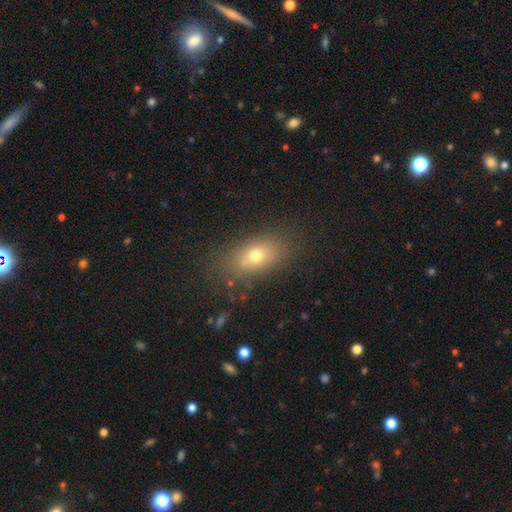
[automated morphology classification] smooth_or_featured: smooth (p=0.66) [alt: star or artifact p=0.18]
how_rounded: in between (p=0.77) [alt: round p=0.16]
merging: none (p=0.79) [alt: minor disturbance p=0.13]